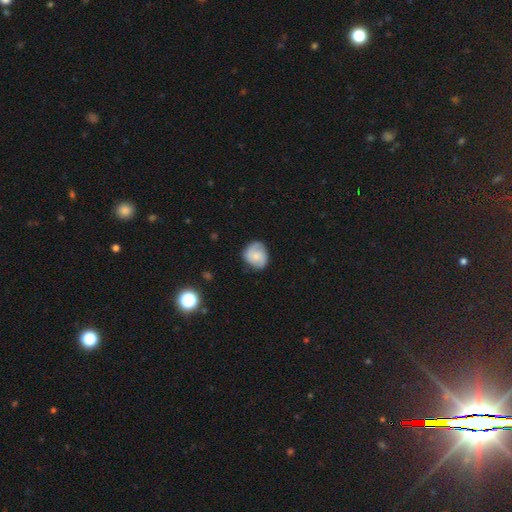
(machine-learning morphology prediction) Q: Smooth or featured?
A: smooth (50%); runner-up: featured or disk (42%)
Q: How rounded?
A: round (69%); runner-up: in between (30%)
Q: Merging?
A: none (68%); runner-up: minor disturbance (24%)